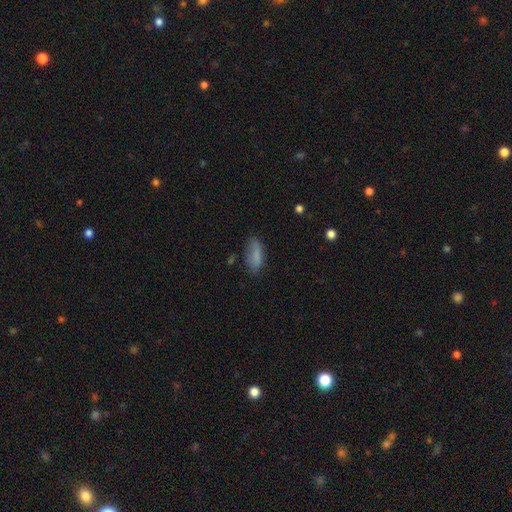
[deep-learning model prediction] This appears to be a smooth galaxy with no disk features (82%) that is in between round and cigar-shaped (72%). Merging: none (68%).